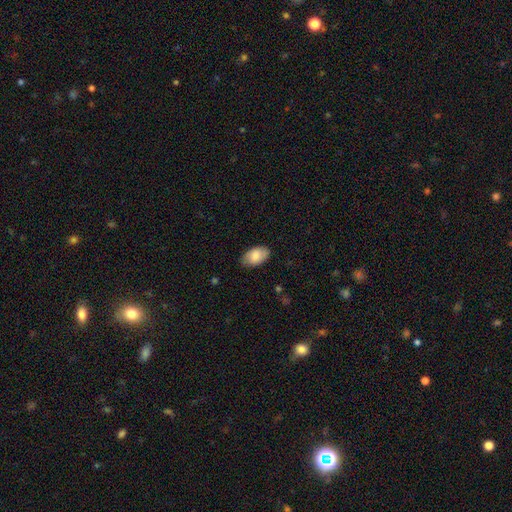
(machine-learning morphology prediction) The model was most divided on "merging": none: 82%, minor disturbance: 15%, major disturbance: 3%, merger: 1%. More confident: how rounded — in between (94%); smooth or featured — smooth (83%).